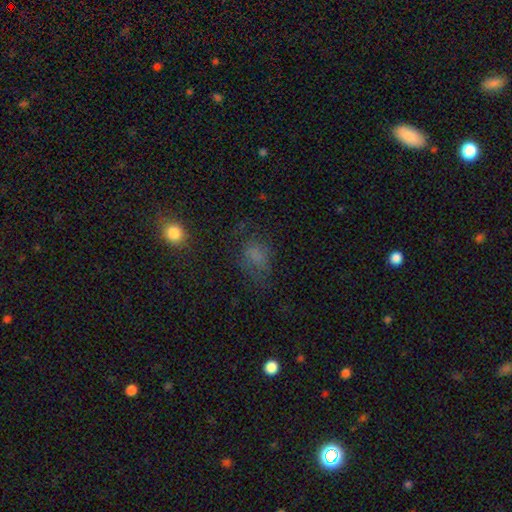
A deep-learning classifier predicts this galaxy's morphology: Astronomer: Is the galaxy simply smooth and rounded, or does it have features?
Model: smooth — 66%.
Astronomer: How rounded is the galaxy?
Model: in between — 62%.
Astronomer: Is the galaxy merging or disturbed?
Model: none — 50%.